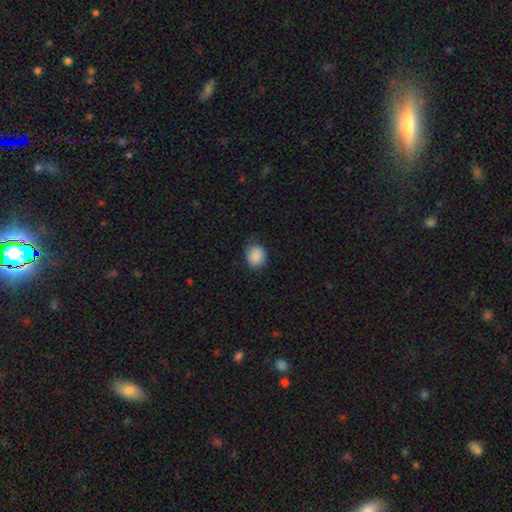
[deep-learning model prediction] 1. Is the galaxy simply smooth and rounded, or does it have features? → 89% smooth, 7% star or artifact, 4% featured or disk.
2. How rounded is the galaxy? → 63% round, 36% in between, 1% cigar-shaped.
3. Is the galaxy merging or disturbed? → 76% none, 19% minor disturbance, 4% major disturbance, 1% merger.